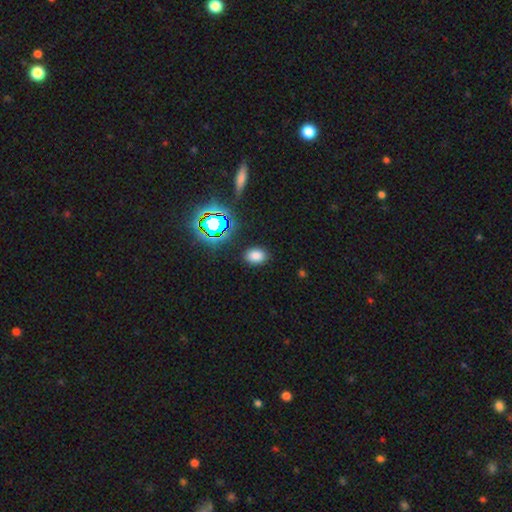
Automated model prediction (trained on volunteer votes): smooth-or-featured: smooth: 76% | star or artifact: 18% | featured or disk: 6%
  how-rounded: in between: 75% | round: 23% | cigar-shaped: 1%
  merging: none: 88% | minor disturbance: 8% | major disturbance: 3% | merger: 1%